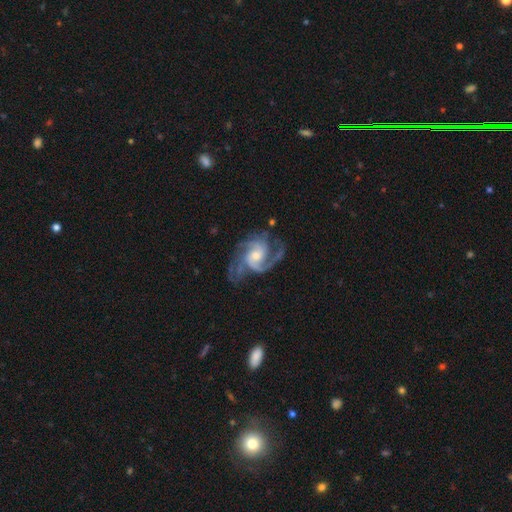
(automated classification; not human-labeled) smooth_or_featured: featured or disk (p=0.91) [alt: star or artifact p=0.04]
disk_edge_on: no (p=0.98) [alt: yes p=0.02]
bar: no (p=0.61) [alt: weak p=0.32]
has_spiral_arms: yes (p=0.98) [alt: no p=0.02]
spiral_winding: medium (p=0.54) [alt: tight p=0.30]
spiral_arm_count: 3 (p=0.41) [alt: 2 p=0.25]
bulge_size: moderate (p=0.49) [alt: small p=0.42]
merging: none (p=0.63) [alt: minor disturbance p=0.18]